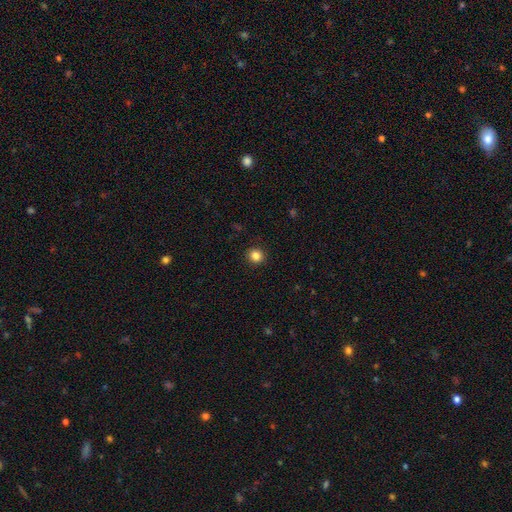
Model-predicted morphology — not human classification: The model was most divided on "smooth or featured": smooth: 85%, star or artifact: 11%, featured or disk: 4%. More confident: merging — none (92%); how rounded — round (92%).